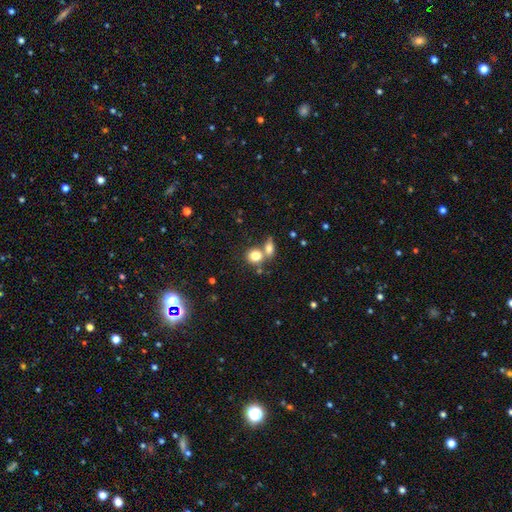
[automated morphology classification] smooth_or_featured: smooth (p=0.79) [alt: featured or disk p=0.11]
how_rounded: round (p=0.67) [alt: in between p=0.31]
merging: merger (p=0.45) [alt: none p=0.42]